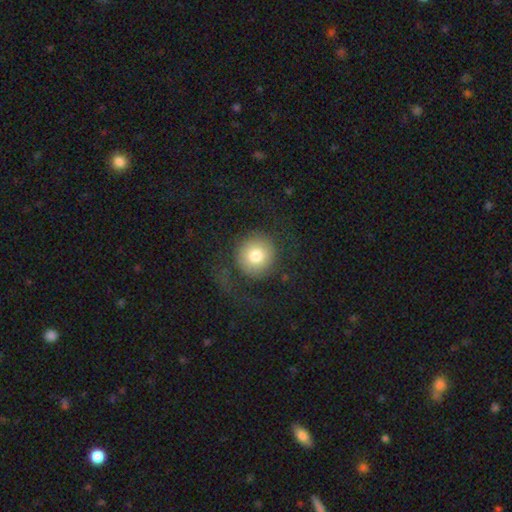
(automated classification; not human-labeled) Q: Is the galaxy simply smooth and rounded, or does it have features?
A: smooth — 74%.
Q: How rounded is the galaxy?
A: round — 93%.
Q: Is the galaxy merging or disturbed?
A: none — 63%.